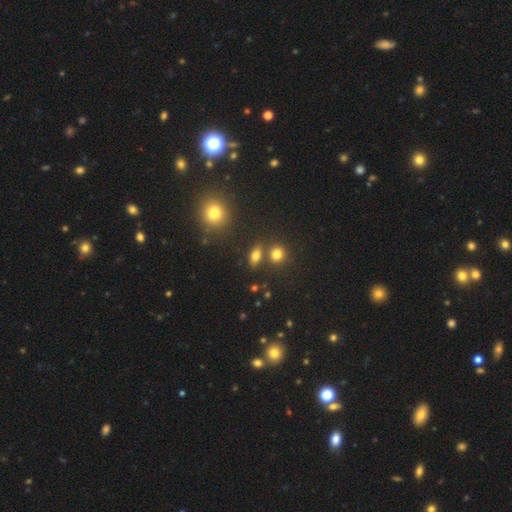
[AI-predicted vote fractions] smooth 77%, star or artifact 14%, featured or disk 10%. Down the decision tree: how rounded — in between (70%); merging — none (72%).